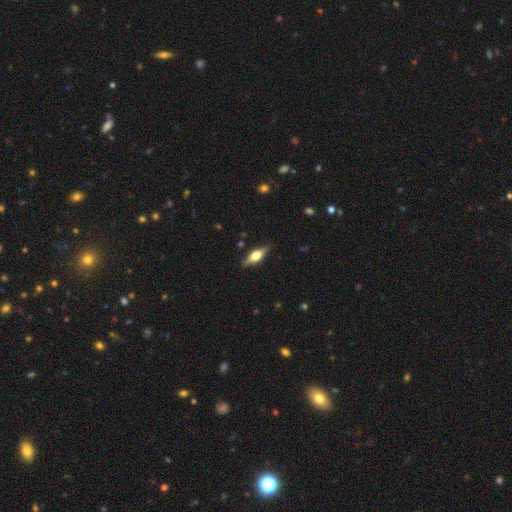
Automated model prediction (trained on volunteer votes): Smooth or featured: featured or disk — 57% (smooth — 36%)
Edge-on disk: yes — 94% (no — 6%)
Edge-on bulge: rounded — 91% (boxy — 8%)
Merging: none — 86% (minor disturbance — 11%)